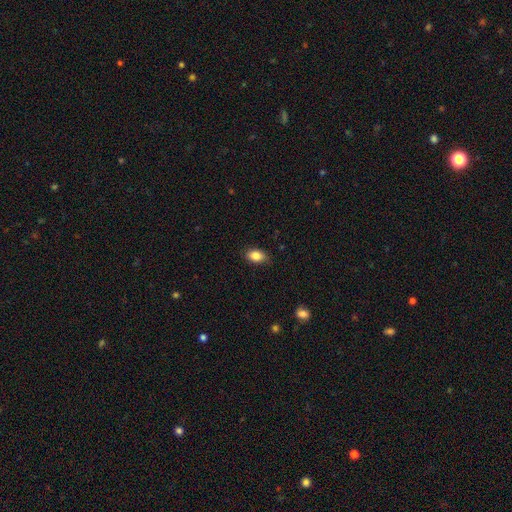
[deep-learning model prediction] Smooth or featured? Predicted: smooth (p=0.85). How rounded? Predicted: in between (p=0.86). Merging? Predicted: none (p=0.82).